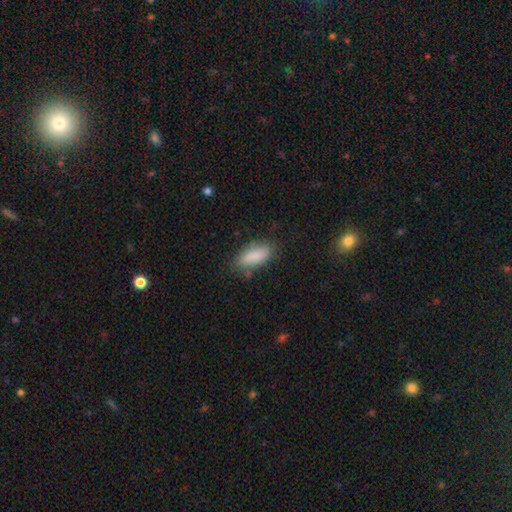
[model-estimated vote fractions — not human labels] This appears to be a smooth galaxy with no disk features (87%) that is in between round and cigar-shaped (83%). Merging: none (76%).